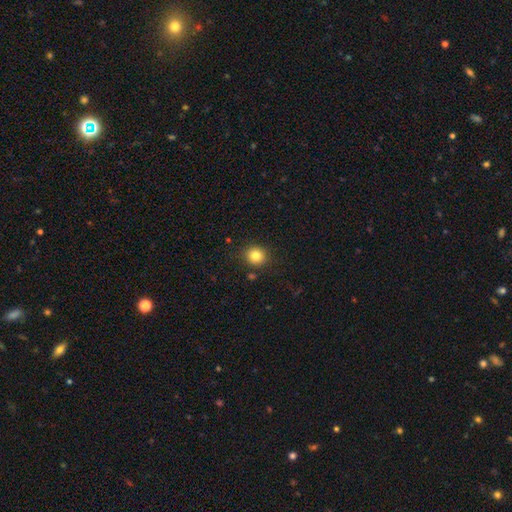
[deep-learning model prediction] Overall: smooth (82%). How rounded: round (87%). Merging: none (87%).